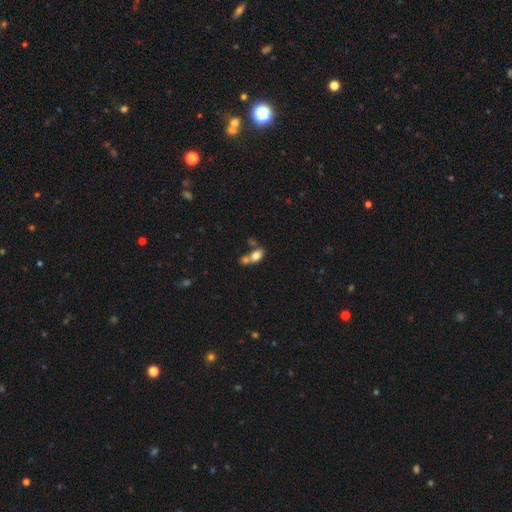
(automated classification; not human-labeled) Smooth or featured: smooth — 77% (featured or disk — 13%)
How rounded: in between — 86% (round — 10%)
Merging: merger — 51% (none — 33%)